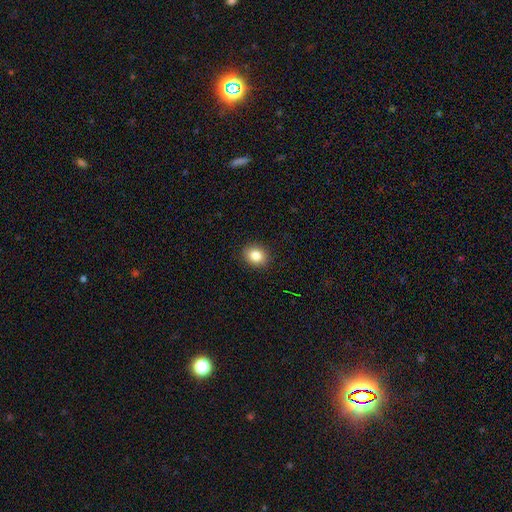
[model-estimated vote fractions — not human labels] A smooth galaxy with no disk features (84%) that is round (54%). Merging: none (90%).